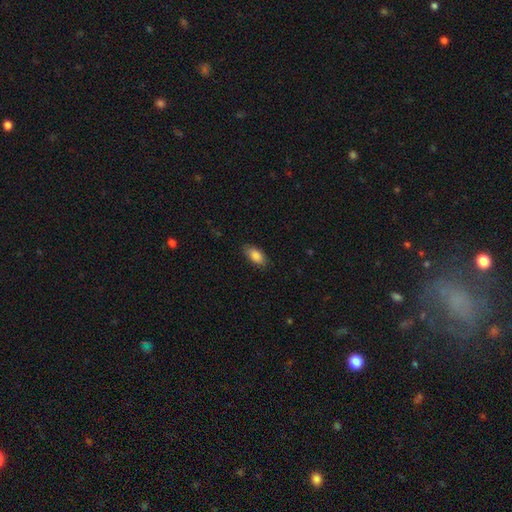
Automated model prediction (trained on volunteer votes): Smooth or featured?
  - smooth: 86% *
  - star or artifact: 7%
  - featured or disk: 7%
How rounded?
  - in between: 91% *
  - cigar-shaped: 6%
  - round: 3%
Merging?
  - none: 84% *
  - minor disturbance: 12%
  - major disturbance: 2%
  - merger: 1%